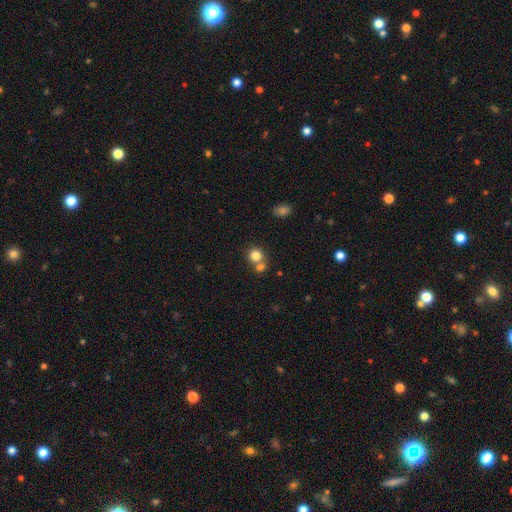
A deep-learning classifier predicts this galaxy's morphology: This appears to be a smooth galaxy with no disk features (80%) that is round (86%). Merging: none (51%).